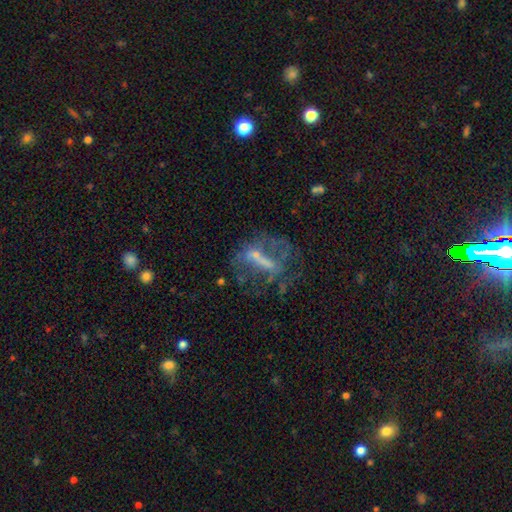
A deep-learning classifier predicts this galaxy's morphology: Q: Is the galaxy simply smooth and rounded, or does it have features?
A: featured or disk — 48%.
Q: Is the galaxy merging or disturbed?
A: none — 54%.